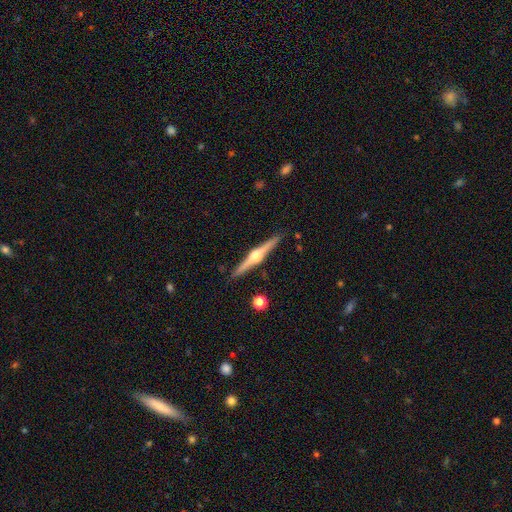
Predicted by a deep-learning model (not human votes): Morphology: type=featured or disk (85%); edge-on=yes (99%); edge-on bulge=rounded (95%); merging=none (91%).